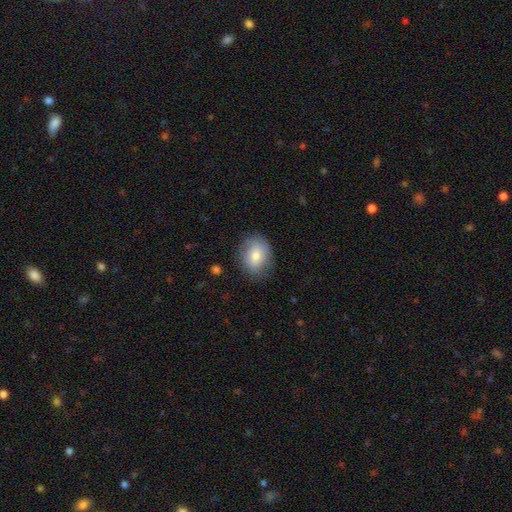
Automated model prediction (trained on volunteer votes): smooth_or_featured: smooth (p=0.67) [alt: featured or disk p=0.25]
how_rounded: round (p=0.51) [alt: in between p=0.48]
merging: none (p=0.76) [alt: minor disturbance p=0.18]